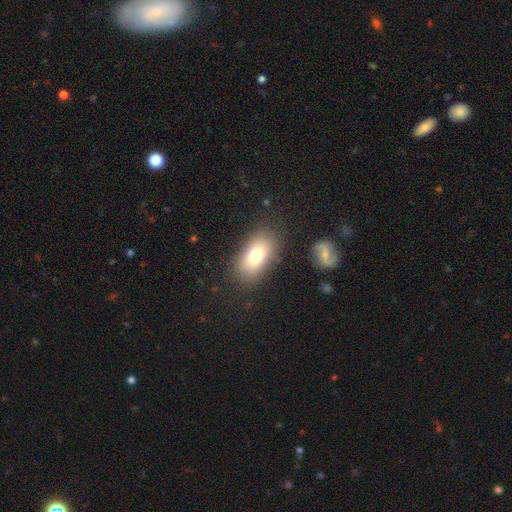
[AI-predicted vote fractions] Overall: smooth (76%). How rounded: in between (88%). Merging: none (83%).